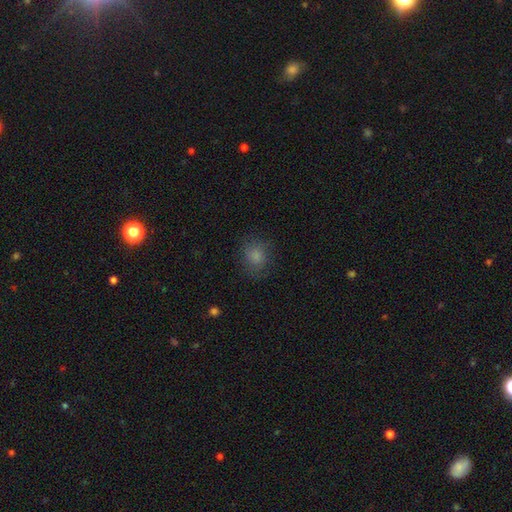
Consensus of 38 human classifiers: Volunteers were most divided on "how rounded": round: 80%, in between: 20%, cigar-shaped: 0%. More confident: smooth or featured — smooth (92%); merging — none (80%).